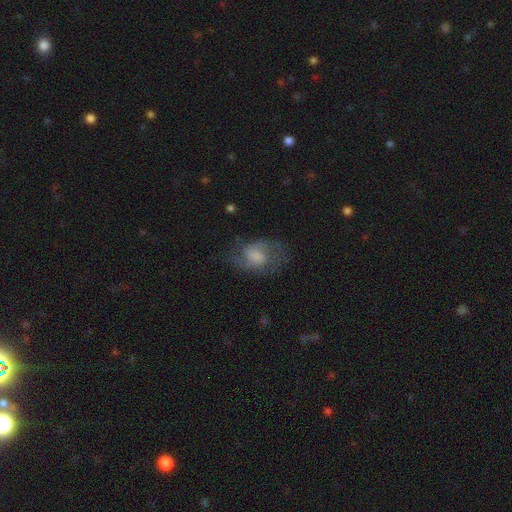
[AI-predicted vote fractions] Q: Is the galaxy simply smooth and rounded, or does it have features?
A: featured or disk — 54%.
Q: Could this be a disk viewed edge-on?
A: no — 97%.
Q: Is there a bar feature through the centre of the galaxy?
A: no — 51%.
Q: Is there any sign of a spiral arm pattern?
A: yes — 79%.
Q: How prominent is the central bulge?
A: moderate — 29%.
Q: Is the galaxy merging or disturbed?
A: none — 53%.